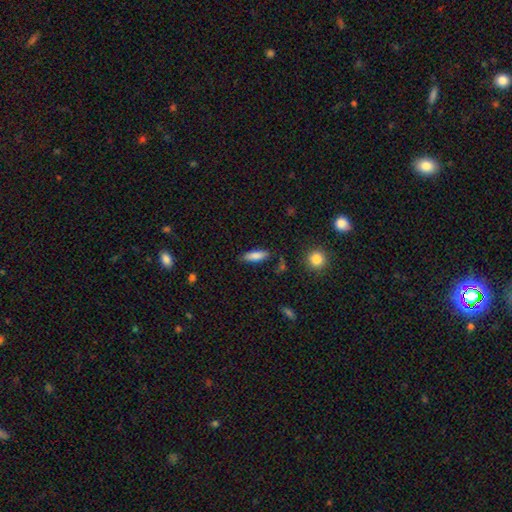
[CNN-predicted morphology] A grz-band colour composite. It shows a smooth galaxy with no disk features (84%) that is in between round and cigar-shaped (56%). Merging: none (82%).